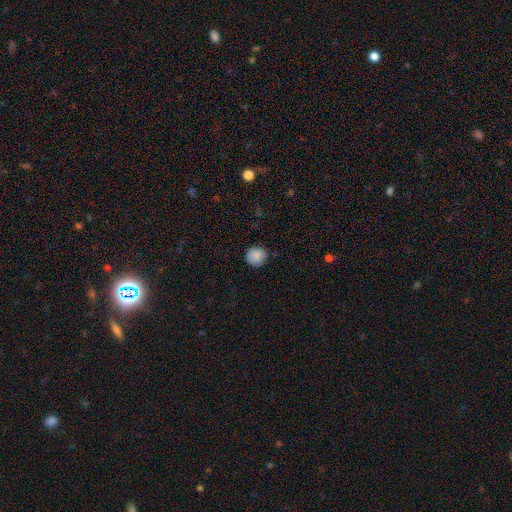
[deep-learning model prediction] Overall: smooth (88%). How rounded: round (92%). Merging: none (86%).